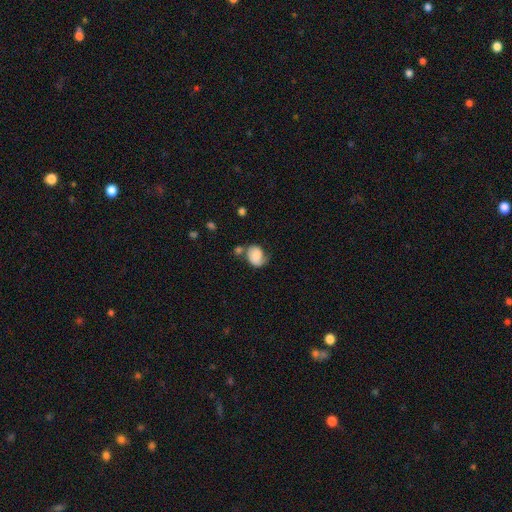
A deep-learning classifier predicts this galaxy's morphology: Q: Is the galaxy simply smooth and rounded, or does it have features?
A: smooth — 60%.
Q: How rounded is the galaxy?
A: in between — 55%.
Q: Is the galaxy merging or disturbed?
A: none — 37%.